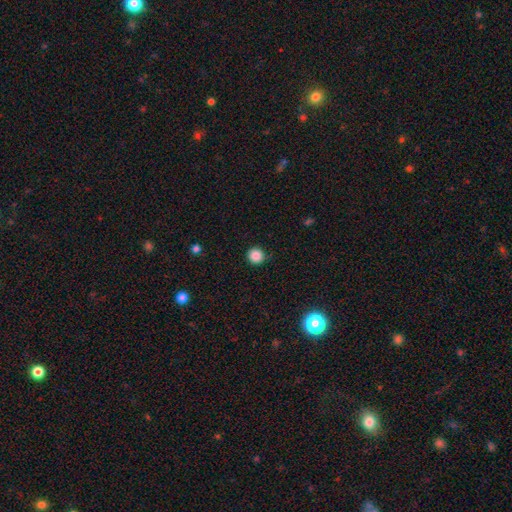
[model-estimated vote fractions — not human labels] Morphology: type=smooth (87%); roundness=round (96%); merging=none (90%).